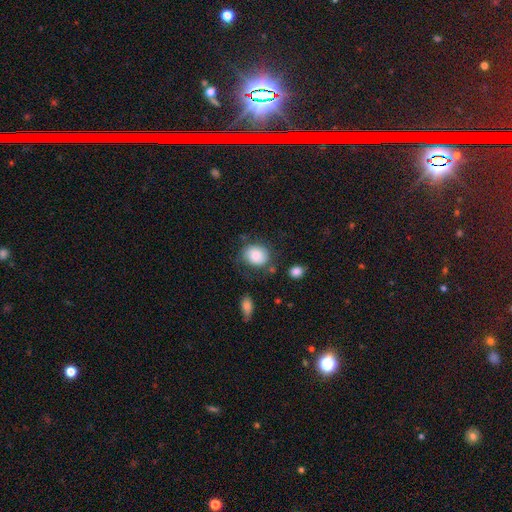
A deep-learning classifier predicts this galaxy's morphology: Smooth or featured: smooth — 79% (featured or disk — 13%)
How rounded: round — 62% (in between — 37%)
Merging: none — 62% (minor disturbance — 21%)